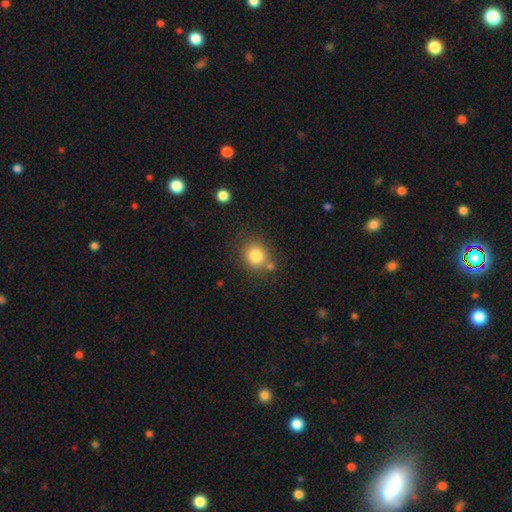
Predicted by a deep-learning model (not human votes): This appears to be a smooth galaxy with no disk features (82%) that is round (80%). Merging: none (70%).